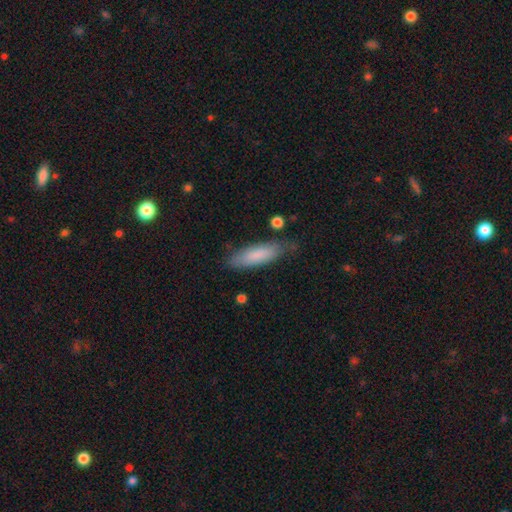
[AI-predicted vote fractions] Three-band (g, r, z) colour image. It shows a smooth galaxy with no disk features (82%) that is cigar-shaped (52%). Merging: none (74%).